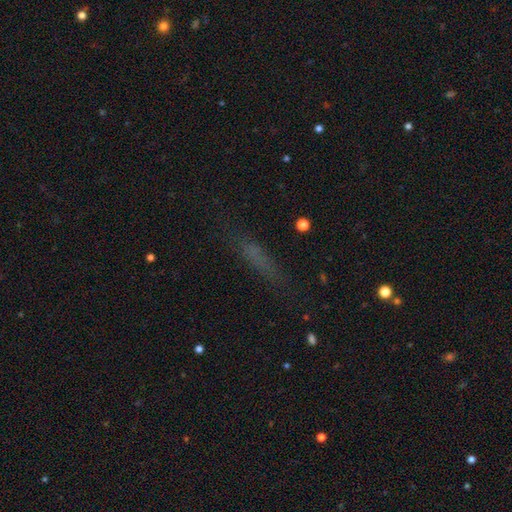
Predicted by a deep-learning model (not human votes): Smooth or featured? Predicted: smooth (p=0.56). How rounded? Predicted: cigar-shaped (p=0.80). Merging? Predicted: none (p=0.69).